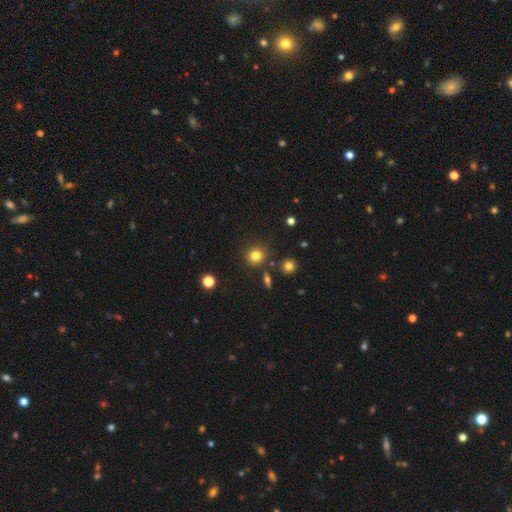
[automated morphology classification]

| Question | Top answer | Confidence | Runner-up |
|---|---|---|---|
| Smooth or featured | smooth | 82% | star or artifact (12%) |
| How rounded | round | 89% | in between (10%) |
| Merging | none | 84% | minor disturbance (8%) |